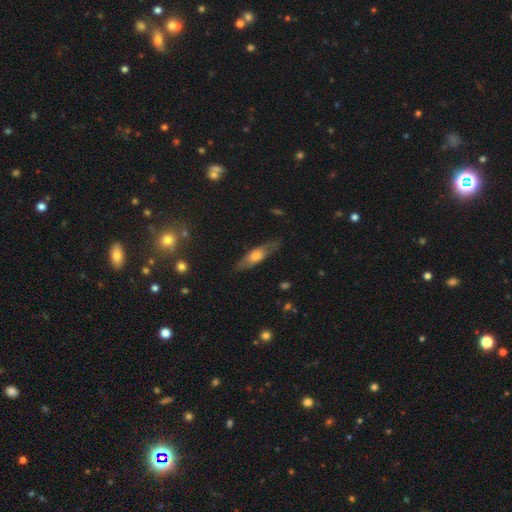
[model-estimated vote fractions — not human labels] Q: Smooth or featured?
A: smooth (48%); runner-up: featured or disk (46%)
Q: Merging?
A: none (78%); runner-up: minor disturbance (16%)